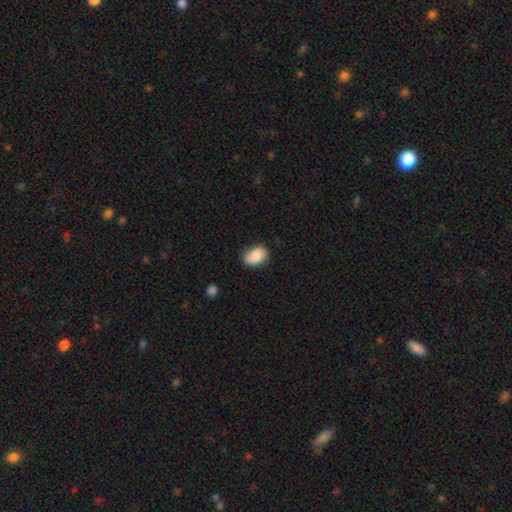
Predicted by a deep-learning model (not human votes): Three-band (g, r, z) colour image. It shows a smooth galaxy with no disk features (88%) that is in between round and cigar-shaped (80%). Merging: none (77%).